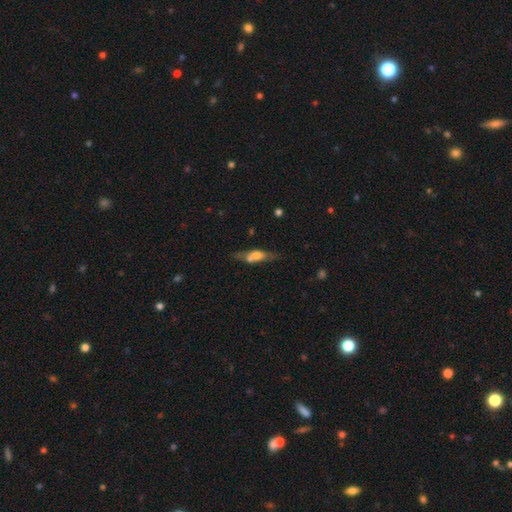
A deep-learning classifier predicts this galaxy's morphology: This appears to be a smooth galaxy with no disk features (50%). Merging: none (55%).